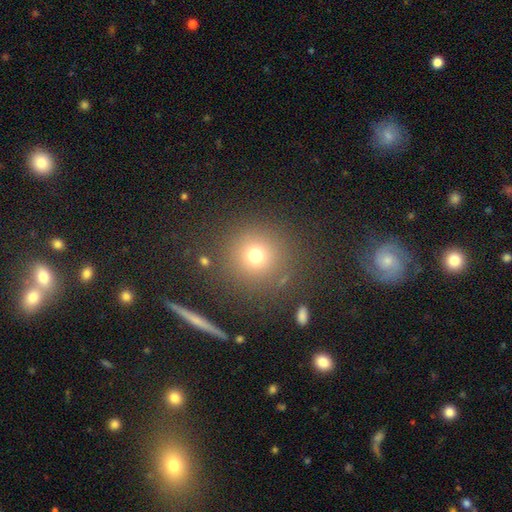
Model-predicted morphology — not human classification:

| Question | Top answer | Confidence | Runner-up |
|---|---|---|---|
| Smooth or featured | smooth | 73% | star or artifact (17%) |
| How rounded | round | 94% | in between (5%) |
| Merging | none | 85% | minor disturbance (8%) |